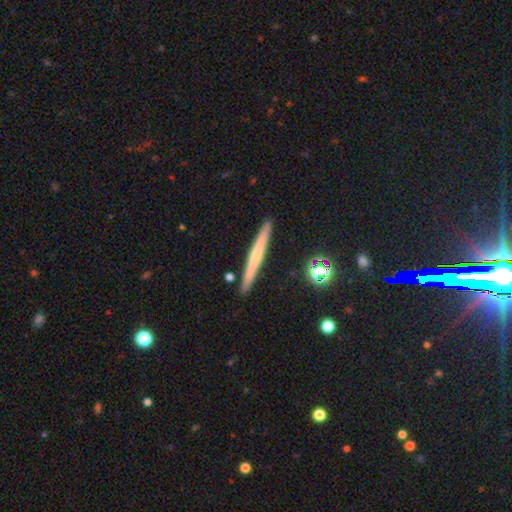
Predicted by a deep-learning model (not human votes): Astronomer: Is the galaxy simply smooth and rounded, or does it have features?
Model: smooth — 49% (runner-up: featured or disk, 43%).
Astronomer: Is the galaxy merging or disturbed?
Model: none — 91%.